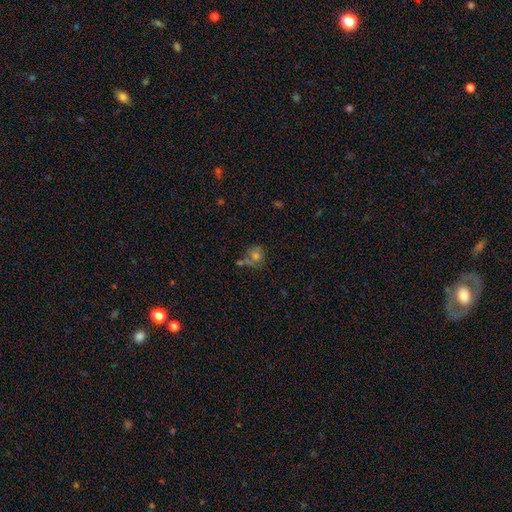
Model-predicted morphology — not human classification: smooth 62%, star or artifact 19%, featured or disk 18%. Down the decision tree: how rounded — round (80%); merging — none (51%).